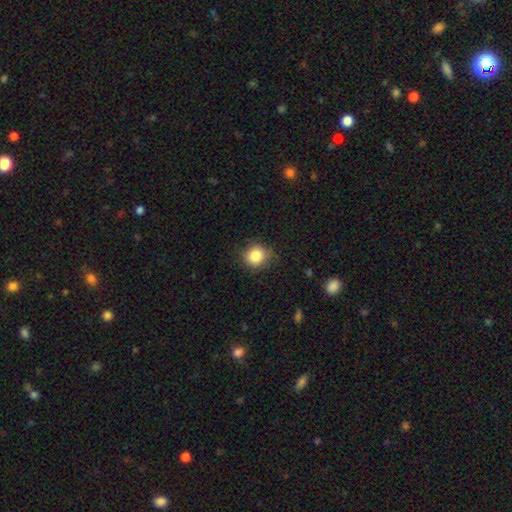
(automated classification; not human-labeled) Smooth or featured? Predicted: smooth (p=0.85). How rounded? Predicted: round (p=0.84). Merging? Predicted: none (p=0.81).